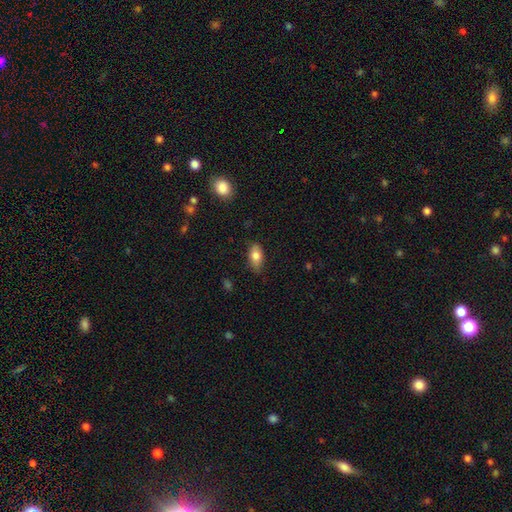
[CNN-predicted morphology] Smooth or featured?
  - smooth: 79% *
  - featured or disk: 14%
  - star or artifact: 7%
How rounded?
  - in between: 88% *
  - cigar-shaped: 6%
  - round: 5%
Merging?
  - none: 79% *
  - minor disturbance: 17%
  - major disturbance: 3%
  - merger: 1%